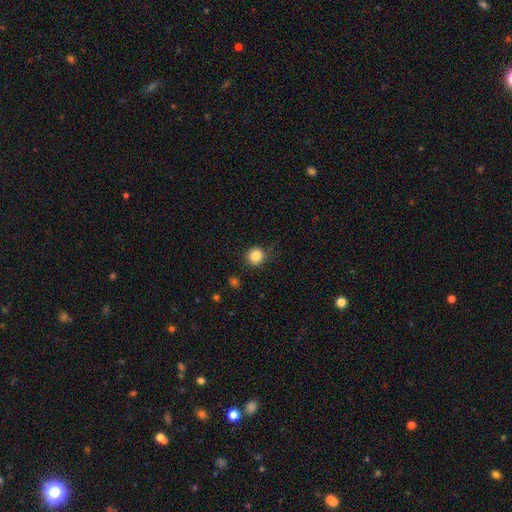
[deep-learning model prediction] Overall: smooth (84%). How rounded: round (90%). Merging: none (84%).